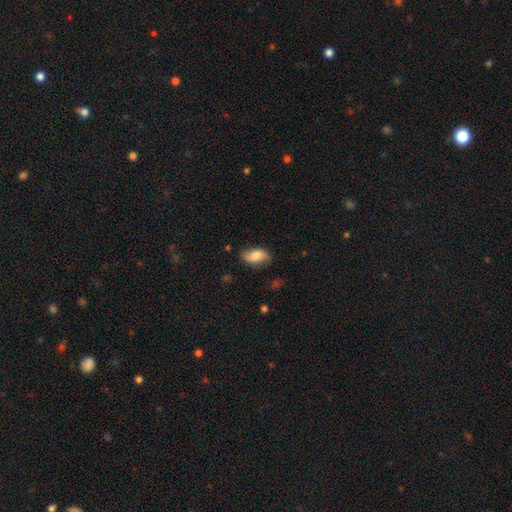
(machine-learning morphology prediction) Smooth or featured? Predicted: smooth (p=0.75). How rounded? Predicted: in between (p=0.92). Merging? Predicted: none (p=0.74).